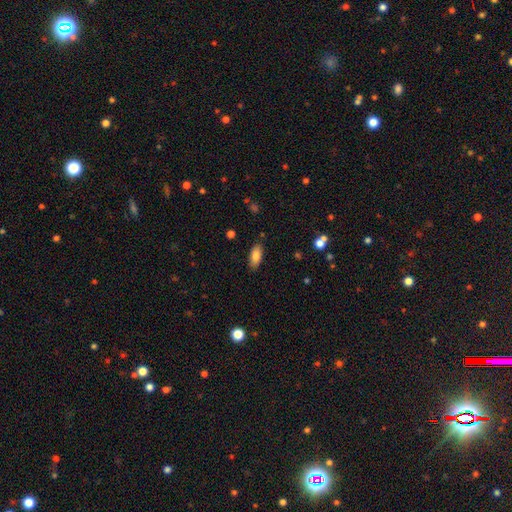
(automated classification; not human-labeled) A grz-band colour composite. It shows a smooth galaxy with no disk features (83%) that is in between round and cigar-shaped (87%). Merging: none (86%).